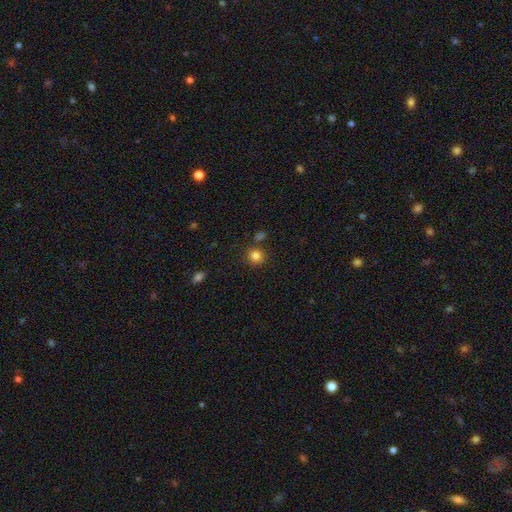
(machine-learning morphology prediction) This appears to be a smooth galaxy with no disk features (83%) that is round (87%). Merging: none (80%).